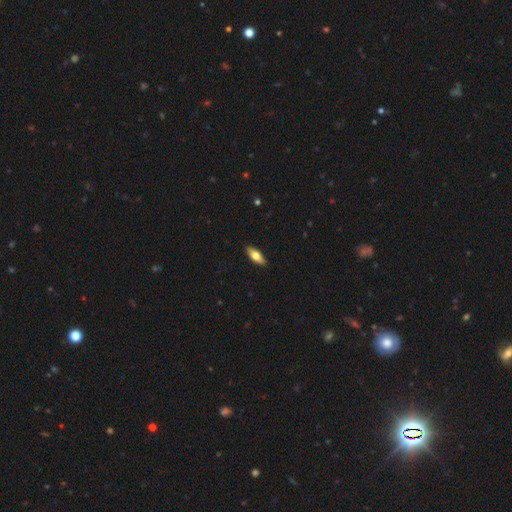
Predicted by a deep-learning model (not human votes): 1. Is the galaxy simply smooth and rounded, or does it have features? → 63% smooth, 31% featured or disk, 6% star or artifact.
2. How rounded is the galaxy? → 70% in between, 27% cigar-shaped, 3% round.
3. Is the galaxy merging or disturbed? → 90% none, 8% minor disturbance, 2% major disturbance, 1% merger.